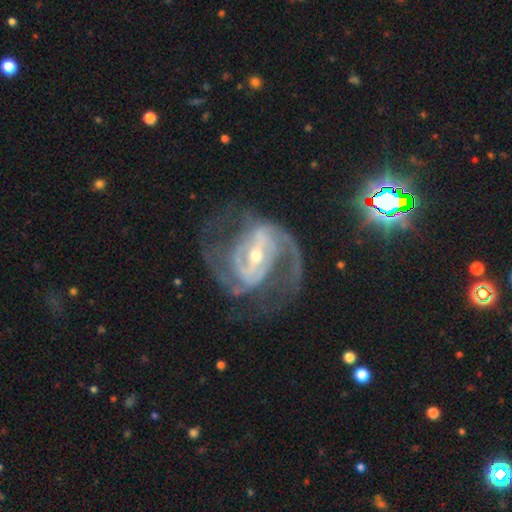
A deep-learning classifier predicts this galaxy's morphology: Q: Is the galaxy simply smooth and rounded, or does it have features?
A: featured or disk — 90%.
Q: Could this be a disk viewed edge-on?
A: no — 97%.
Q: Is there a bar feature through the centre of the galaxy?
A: strong — 53%.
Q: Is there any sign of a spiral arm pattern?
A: yes — 95%.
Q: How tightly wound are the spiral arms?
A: medium — 53%.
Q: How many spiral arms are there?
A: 2 — 67%.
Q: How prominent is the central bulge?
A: small — 54%.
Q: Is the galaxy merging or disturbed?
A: none — 55%.